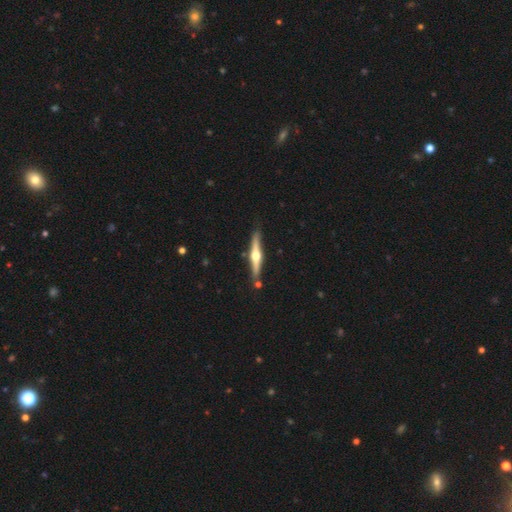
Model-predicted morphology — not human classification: A featured or disk galaxy (75%) viewed edge-on (98%) with a rounded central bulge (95%).

Vote fractions:
- Smooth or featured? featured or disk: 75% / smooth: 21% / star or artifact: 5%
- Edge-on disk? yes: 98% / no: 2%
- Edge-on bulge? rounded: 95% / boxy: 3% / none: 2%
- Merging? none: 84% / minor disturbance: 10% / merger: 5% / major disturbance: 2%